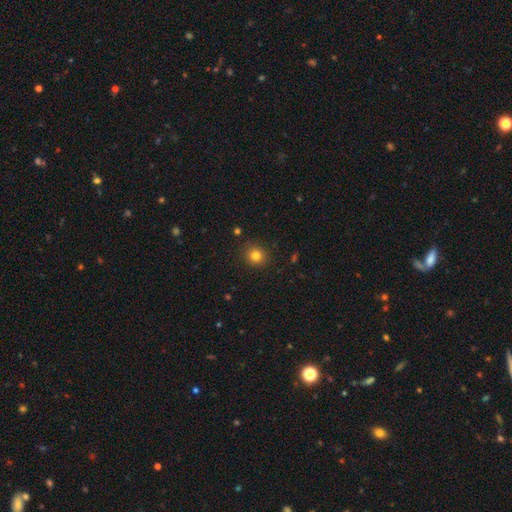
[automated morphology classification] smooth-or-featured: smooth: 80% | star or artifact: 13% | featured or disk: 7%
  how-rounded: round: 88% | in between: 11% | cigar-shaped: 1%
  merging: none: 90% | minor disturbance: 7% | major disturbance: 2% | merger: 1%